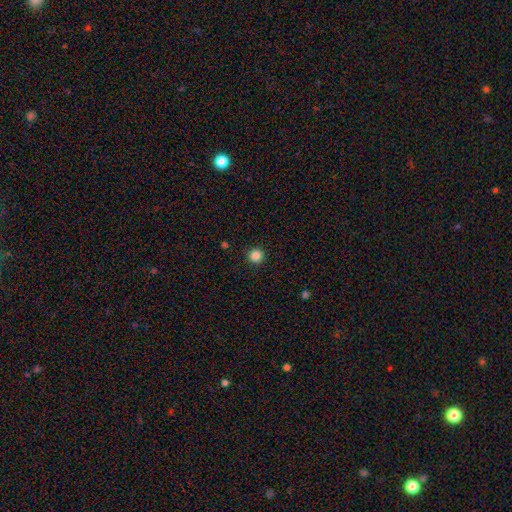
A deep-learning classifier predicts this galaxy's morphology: smooth 85%, star or artifact 12%, featured or disk 4%. Down the decision tree: how rounded — round (96%); merging — none (92%).